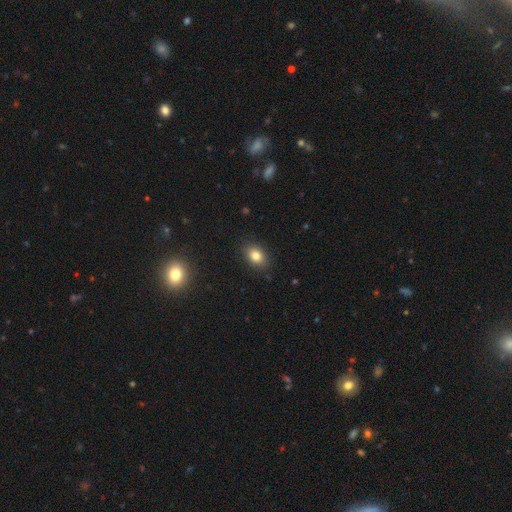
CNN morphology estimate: A smooth galaxy with no disk features (82%) that is in between round and cigar-shaped (76%).

Vote fractions:
- Smooth or featured? smooth: 82% / star or artifact: 11% / featured or disk: 7%
- How rounded? in between: 76% / round: 23% / cigar-shaped: 1%
- Merging? none: 87% / minor disturbance: 10% / major disturbance: 3% / merger: 1%